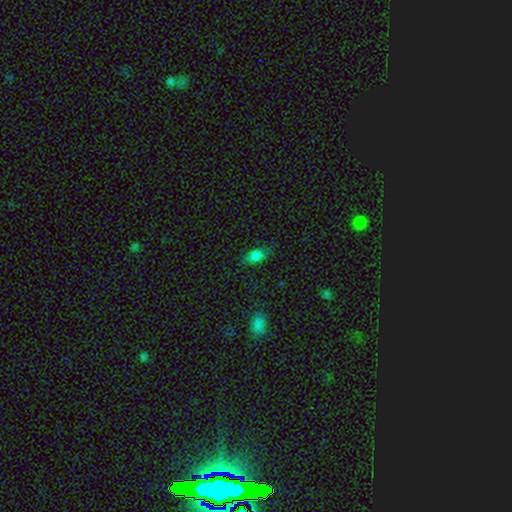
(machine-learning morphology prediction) Smooth or featured? Predicted: smooth (p=0.79). How rounded? Predicted: in between (p=0.87). Merging? Predicted: none (p=0.78).